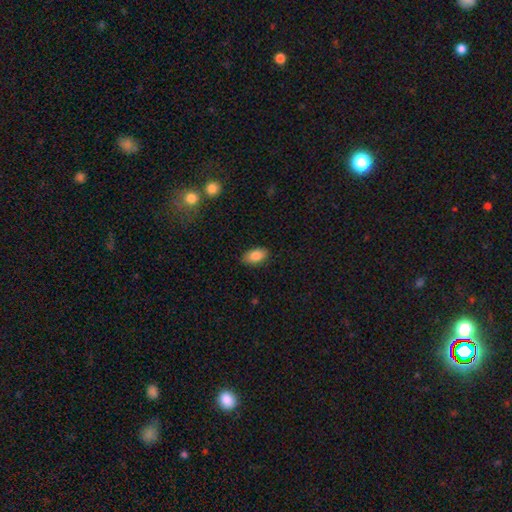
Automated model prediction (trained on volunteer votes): The model was most divided on "merging": none: 86%, minor disturbance: 11%, major disturbance: 2%, merger: 1%. More confident: how rounded — in between (93%); smooth or featured — smooth (86%).